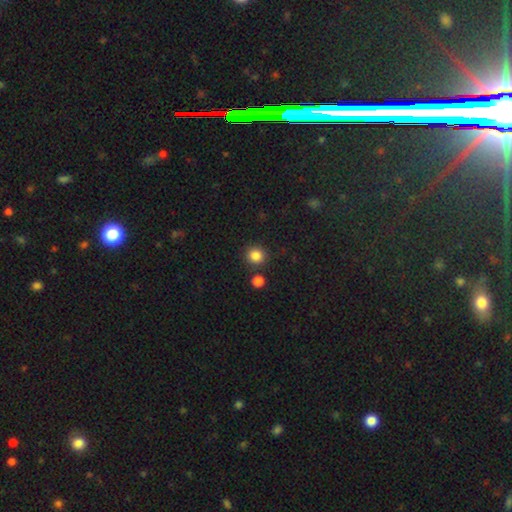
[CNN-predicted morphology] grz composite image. It shows a smooth galaxy with no disk features (85%) that is round (91%). Merging: none (85%).